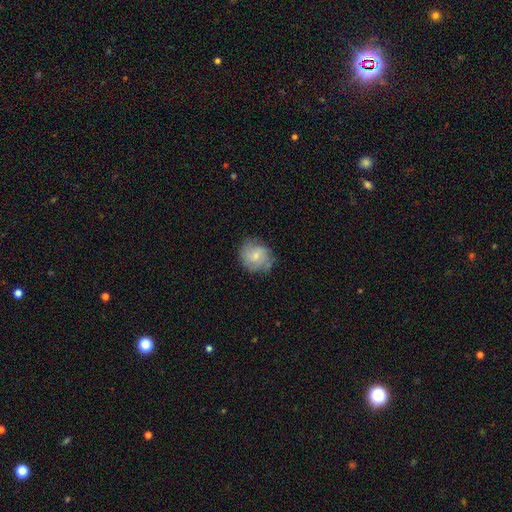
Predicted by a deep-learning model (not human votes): Overall: smooth (51%; featured or disk 41%). How rounded: round (73%). Merging: none (69%).